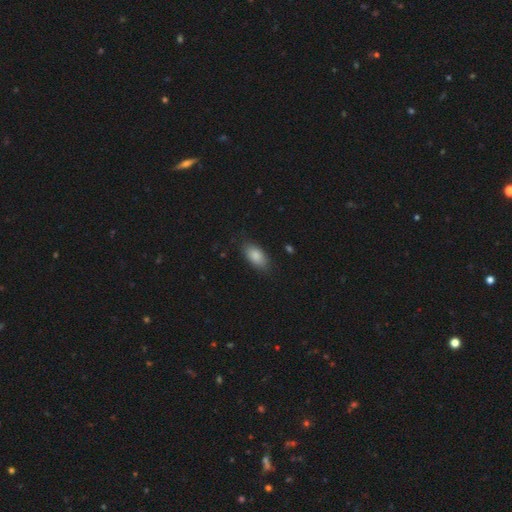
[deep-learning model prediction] A smooth galaxy with no disk features (85%) that is in between round and cigar-shaped (92%). Merging: none (82%).